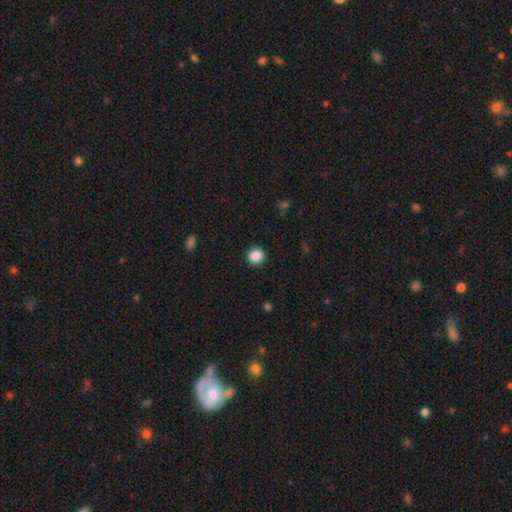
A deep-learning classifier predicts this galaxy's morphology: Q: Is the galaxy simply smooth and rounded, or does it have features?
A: smooth — 87%.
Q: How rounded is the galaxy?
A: round — 93%.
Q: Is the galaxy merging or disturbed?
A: none — 91%.